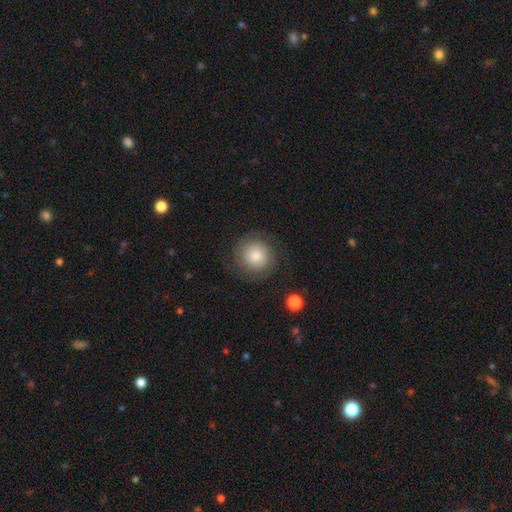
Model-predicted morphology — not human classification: smooth_or_featured: smooth (p=0.77) [alt: featured or disk p=0.14]
how_rounded: round (p=0.92) [alt: in between p=0.07]
merging: none (p=0.82) [alt: minor disturbance p=0.11]